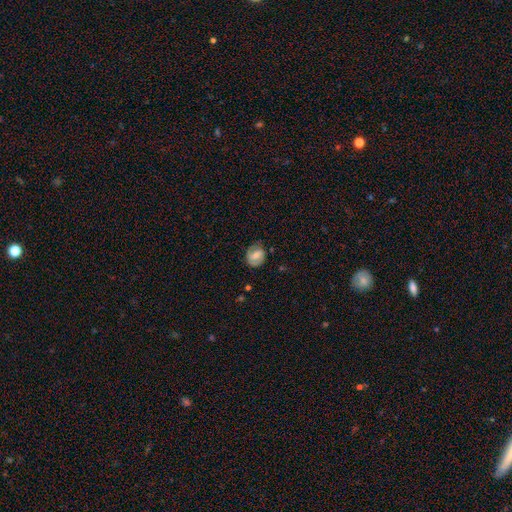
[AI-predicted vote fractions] Morphology: type=smooth (55%); roundness=round (58%); merging=none (64%).